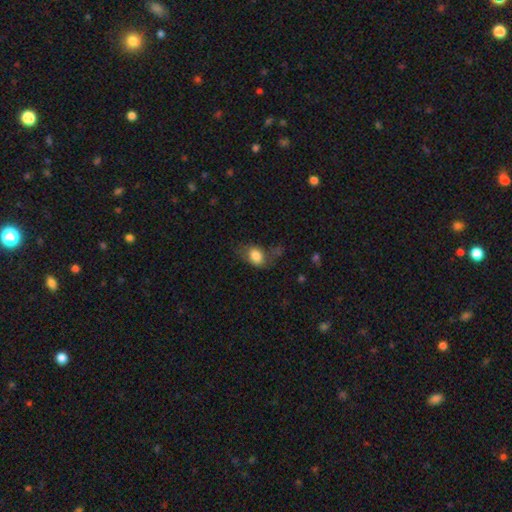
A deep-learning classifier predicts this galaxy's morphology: Smooth or featured? smooth (79%)
How rounded? in between (78%)
Merging? none (48%)